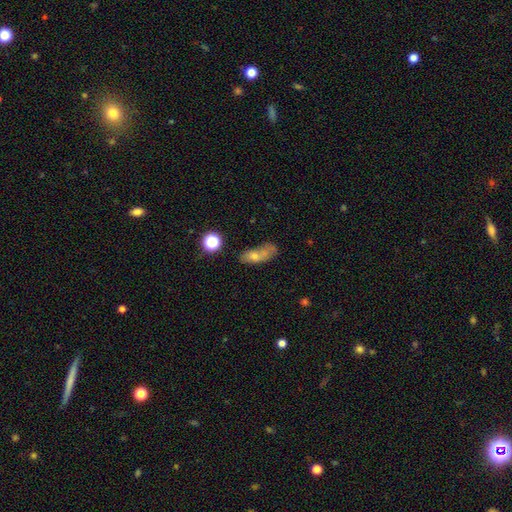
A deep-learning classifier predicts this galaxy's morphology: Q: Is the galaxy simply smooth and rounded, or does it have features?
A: smooth — 63%.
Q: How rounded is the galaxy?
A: in between — 70%.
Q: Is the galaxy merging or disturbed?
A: none — 35%.